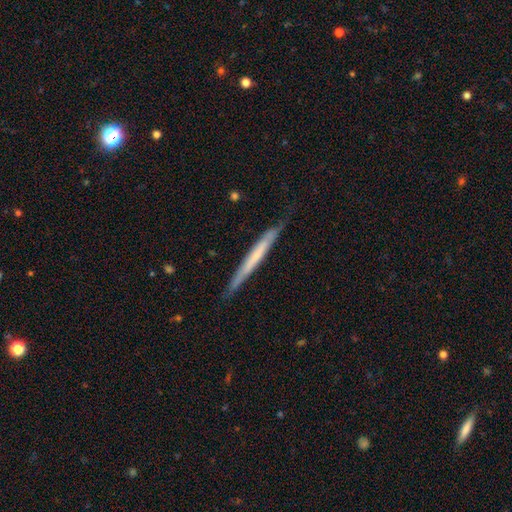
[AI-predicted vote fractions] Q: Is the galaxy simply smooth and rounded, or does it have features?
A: featured or disk — 49%.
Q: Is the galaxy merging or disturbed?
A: none — 77%.